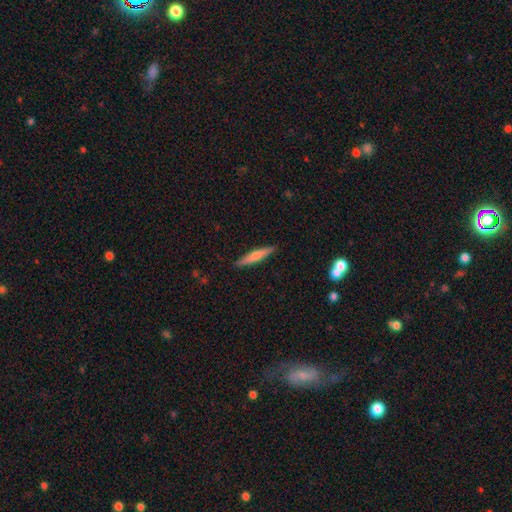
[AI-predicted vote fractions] Smooth or featured? Predicted: smooth (p=0.55). How rounded? Predicted: cigar-shaped (p=0.91). Merging? Predicted: none (p=0.90).